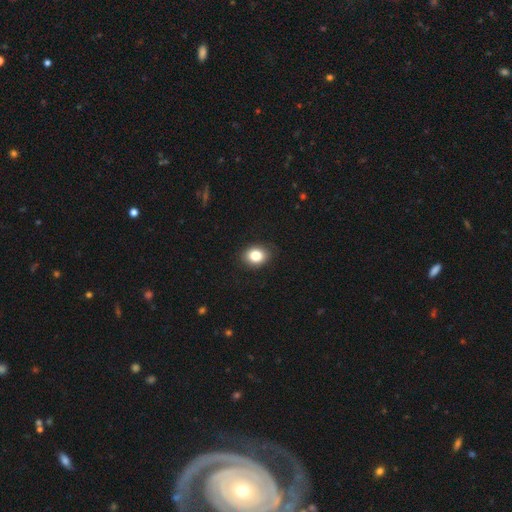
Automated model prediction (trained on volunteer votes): The model was most divided on "how rounded": round: 50%, in between: 49%, cigar-shaped: 1%. More confident: merging — none (88%); smooth or featured — smooth (84%).